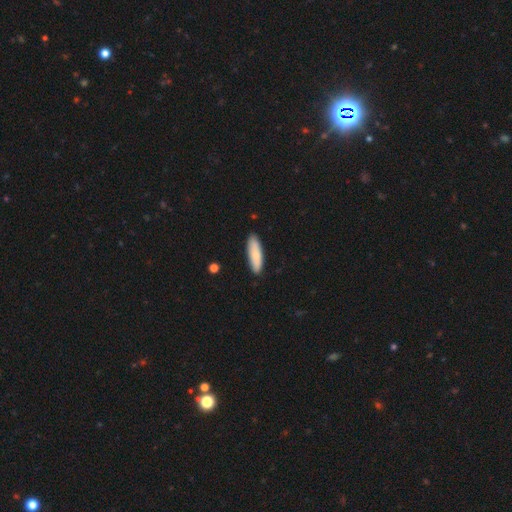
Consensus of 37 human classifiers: Q: Smooth or featured?
A: smooth (86%); runner-up: featured or disk (8%)
Q: How rounded?
A: cigar-shaped (56%); runner-up: in between (41%)
Q: Merging?
A: none (94%); runner-up: minor disturbance (3%)